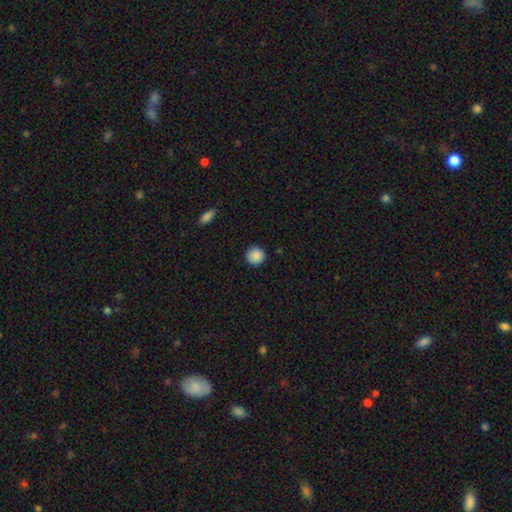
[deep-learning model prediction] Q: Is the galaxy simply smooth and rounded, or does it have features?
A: smooth — 89%.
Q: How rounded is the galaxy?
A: round — 94%.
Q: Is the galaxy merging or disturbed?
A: none — 92%.